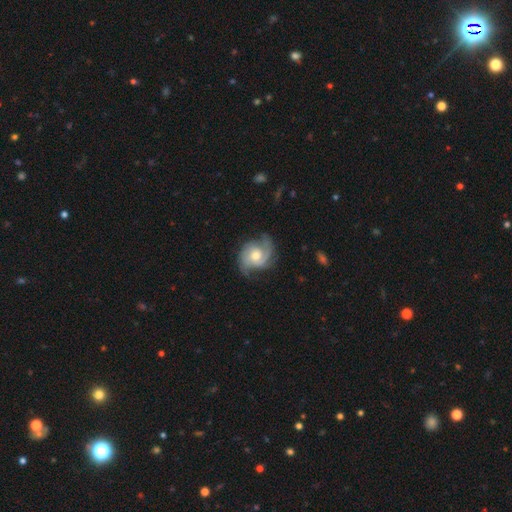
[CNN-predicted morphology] Smooth or featured?
  - featured or disk: 83% *
  - smooth: 12%
  - star or artifact: 5%
Edge-on disk?
  - no: 98% *
  - yes: 2%
Bar?
  - no: 69% *
  - weak: 27%
  - strong: 4%
Spiral arms?
  - yes: 96% *
  - no: 4%
Spiral winding?
  - medium: 45% *
  - tight: 39%
  - loose: 17%
Spiral arm count?
  - 2: 61% *
  - 3: 19%
  - can't tell: 10%
  - 1: 4%
  - 4: 3%
  - more than 4: 3%
Bulge size?
  - moderate: 70% *
  - small: 19%
  - large: 8%
  - none: 1%
  - dominant: 1%
Merging?
  - none: 67% *
  - minor disturbance: 21%
  - major disturbance: 10%
  - merger: 1%